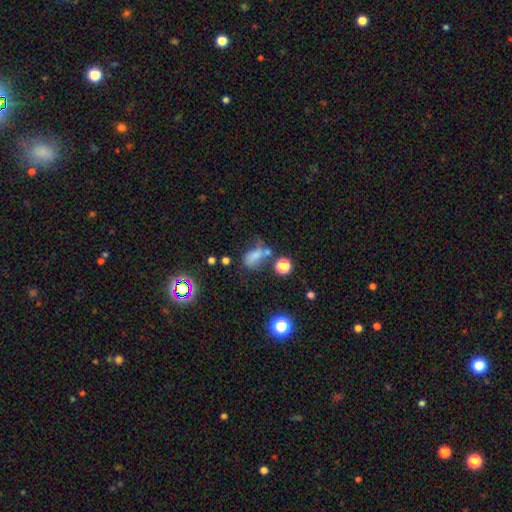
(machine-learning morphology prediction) Overall: smooth (66%). How rounded: in between (78%). Merging: none (35%; minor disturbance 24%).